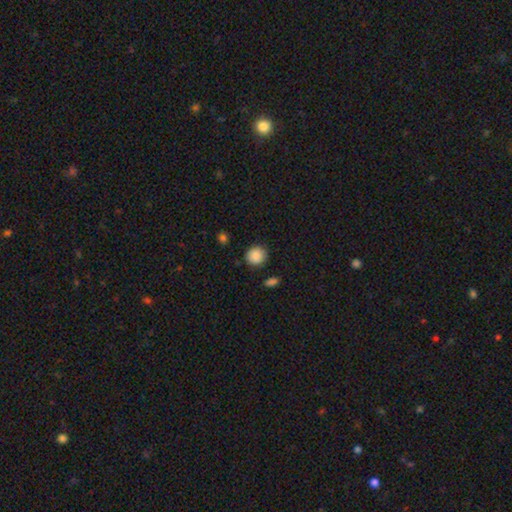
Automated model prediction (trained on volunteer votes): Smooth or featured? smooth (88%)
How rounded? round (86%)
Merging? none (86%)